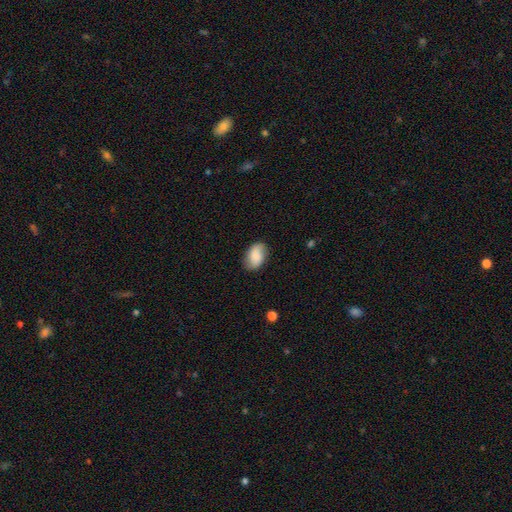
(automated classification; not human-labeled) Smooth or featured? Predicted: smooth (p=0.68). How rounded? Predicted: in between (p=0.88). Merging? Predicted: none (p=0.78).